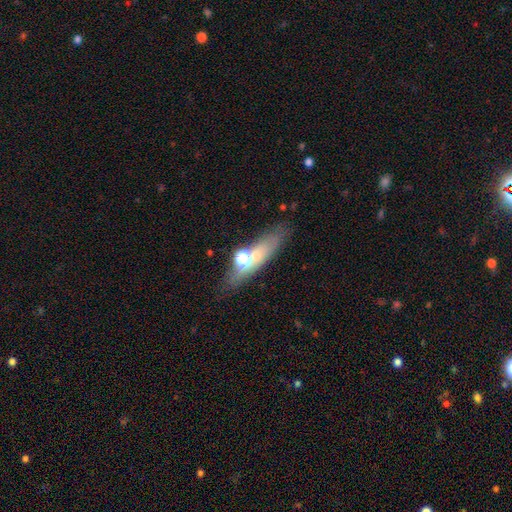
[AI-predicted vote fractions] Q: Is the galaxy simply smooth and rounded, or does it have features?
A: smooth — 47%.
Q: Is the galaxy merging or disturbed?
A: none — 72%.